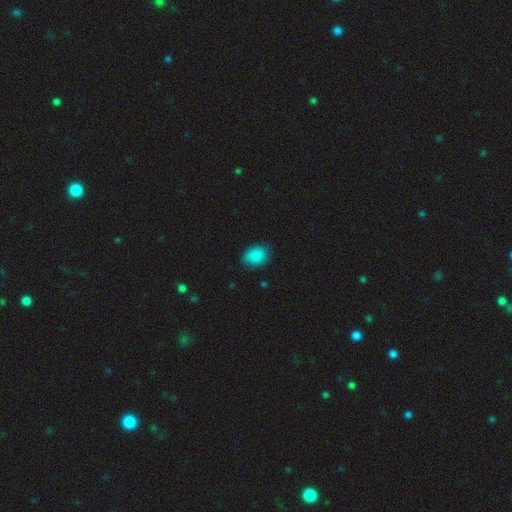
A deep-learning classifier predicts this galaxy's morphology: smooth 88%, star or artifact 9%, featured or disk 4%. Down the decision tree: how rounded — in between (67%); merging — none (82%).